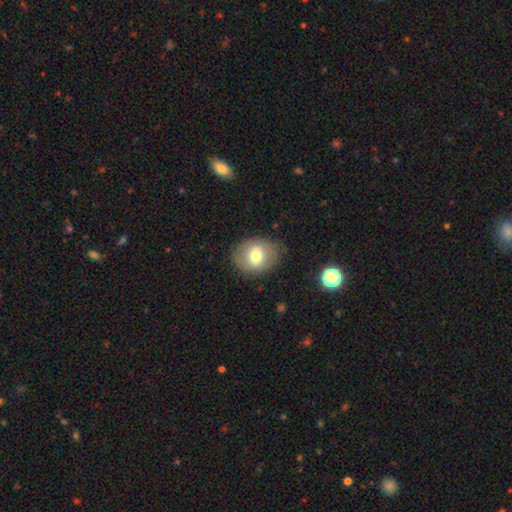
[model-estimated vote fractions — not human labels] Smooth or featured? smooth (68%)
How rounded? round (53%)
Merging? none (81%)